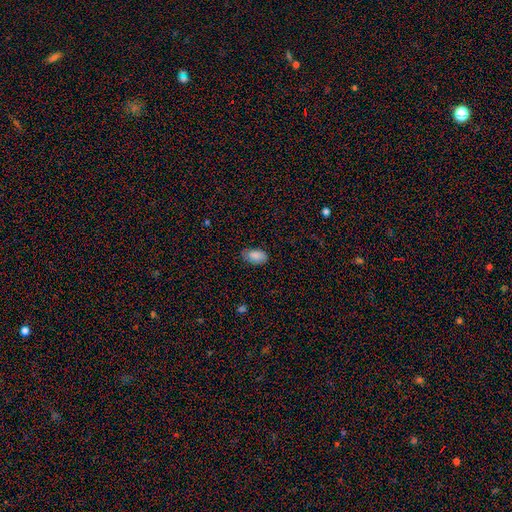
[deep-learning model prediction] smooth 86%, star or artifact 7%, featured or disk 7%. Down the decision tree: how rounded — in between (94%); merging — none (76%).